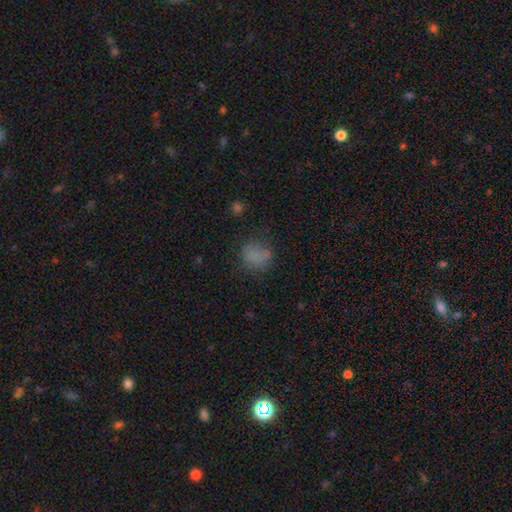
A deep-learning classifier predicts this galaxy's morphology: A smooth galaxy with no disk features (74%) that is round (71%). Merging: none (62%).